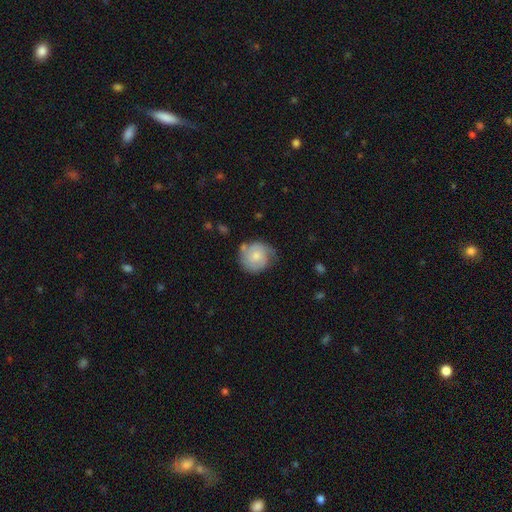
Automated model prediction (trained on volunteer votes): This appears to be a featured or disk galaxy (48%). Merging: none (63%).